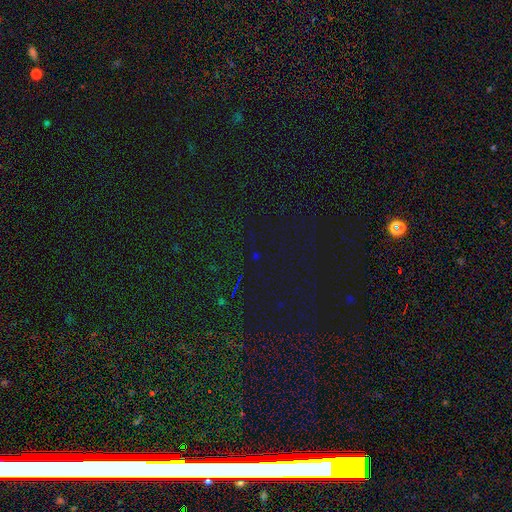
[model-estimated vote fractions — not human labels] This is likely a star or artifact rather than a galaxy (74%).